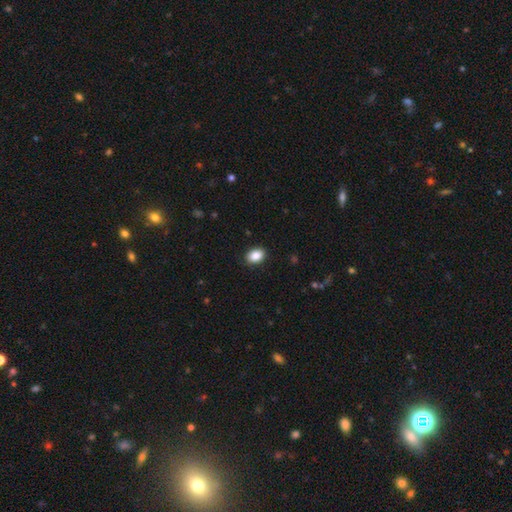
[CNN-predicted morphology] Smooth or featured? smooth (88%)
How rounded? in between (77%)
Merging? none (88%)